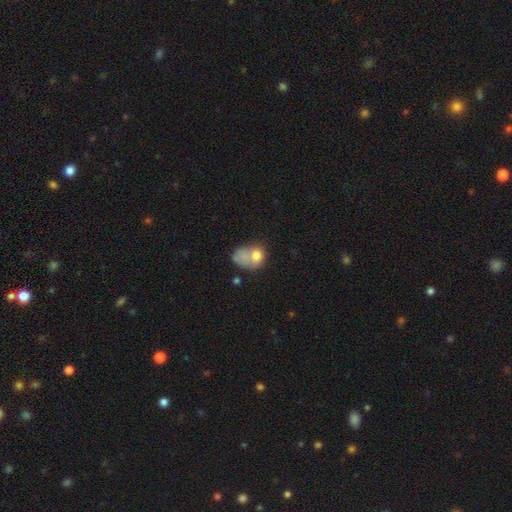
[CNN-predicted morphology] A smooth galaxy with no disk features (64%) that is in between round and cigar-shaped (57%). Merging: major disturbance (29%).